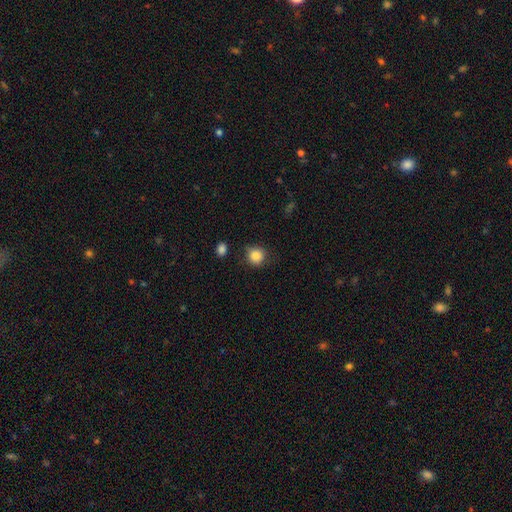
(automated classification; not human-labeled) Smooth or featured? Predicted: smooth (p=0.86). How rounded? Predicted: round (p=0.87). Merging? Predicted: none (p=0.74).